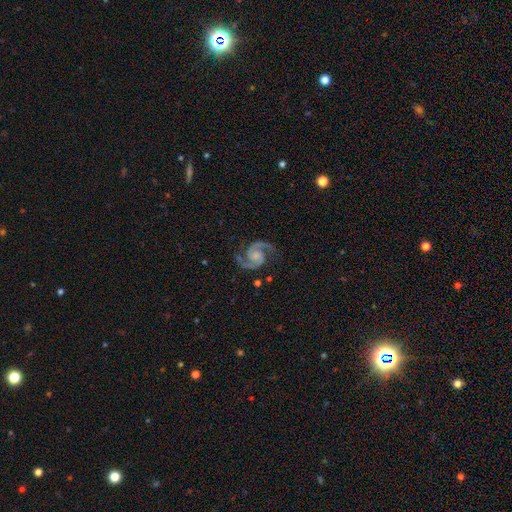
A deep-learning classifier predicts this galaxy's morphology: type=featured or disk (93%); edge-on=no (98%); bar=no (65%); spiral arms=yes (99%); winding=medium (63%); arm count=2 (95%); bulge=none (35%); merging=none (81%).